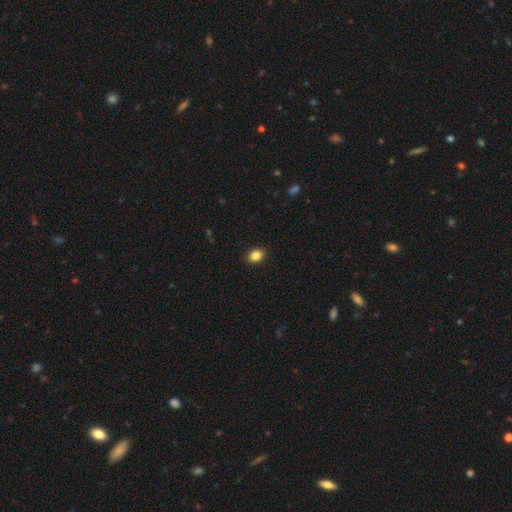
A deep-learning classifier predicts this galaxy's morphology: Smooth or featured: smooth — 86% (star or artifact — 9%)
How rounded: in between — 64% (round — 35%)
Merging: none — 90% (minor disturbance — 7%)